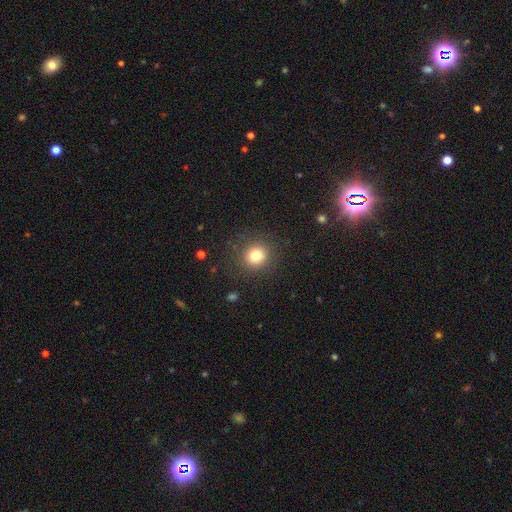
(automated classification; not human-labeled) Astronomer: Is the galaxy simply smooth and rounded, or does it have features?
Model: smooth — 80%.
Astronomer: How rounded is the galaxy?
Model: round — 91%.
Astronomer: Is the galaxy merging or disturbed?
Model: none — 88%.